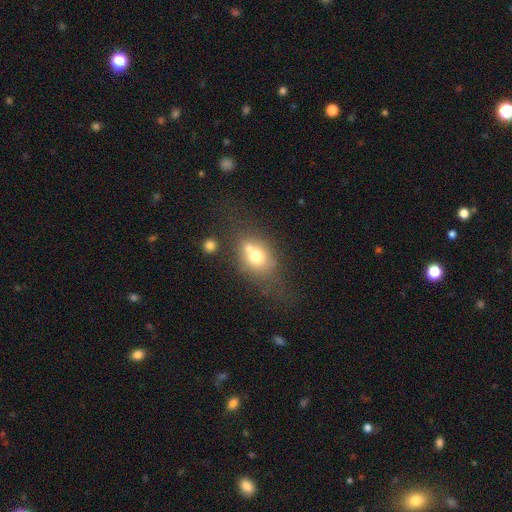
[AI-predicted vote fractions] Morphology: type=smooth (67%); roundness=in between (55%); merging=none (38%, tied with merger).